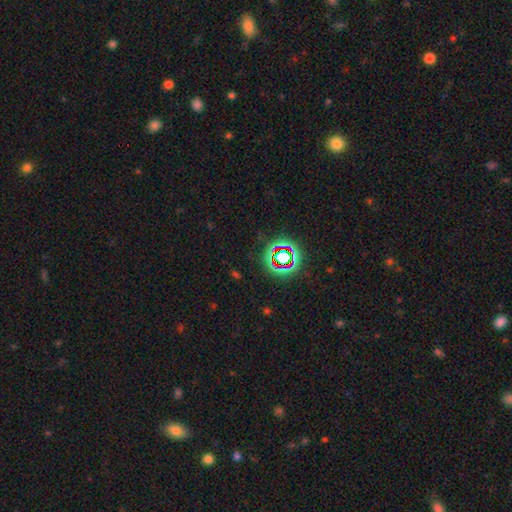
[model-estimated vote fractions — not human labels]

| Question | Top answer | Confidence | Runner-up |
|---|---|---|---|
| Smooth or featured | star or artifact | 73% | smooth (15%) |